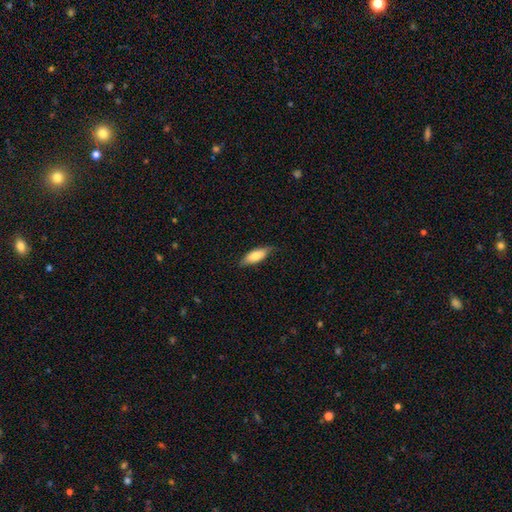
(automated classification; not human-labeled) Smooth or featured? Predicted: smooth (p=0.77). How rounded? Predicted: in between (p=0.71). Merging? Predicted: none (p=0.78).